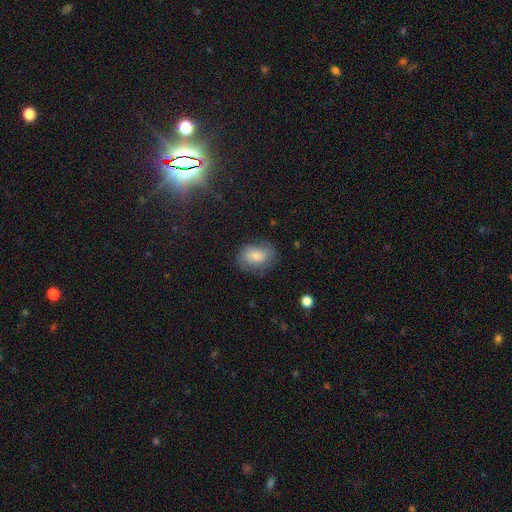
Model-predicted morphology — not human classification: Smooth or featured: smooth — 67% (featured or disk — 24%)
How rounded: in between — 69% (round — 30%)
Merging: none — 69% (minor disturbance — 21%)